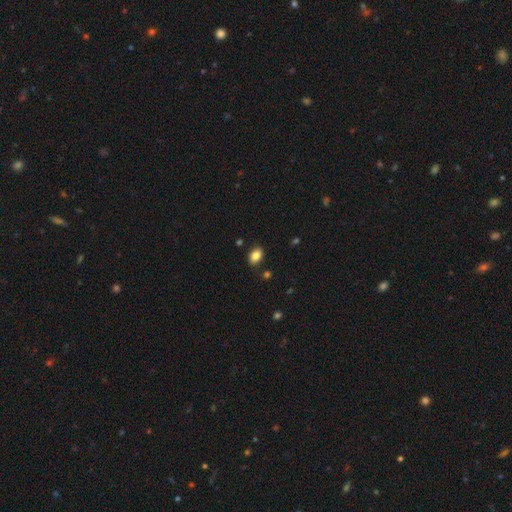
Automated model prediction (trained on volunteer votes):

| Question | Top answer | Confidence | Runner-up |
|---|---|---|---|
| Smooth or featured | smooth | 85% | star or artifact (9%) |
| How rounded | in between | 81% | round (17%) |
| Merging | none | 87% | minor disturbance (9%) |